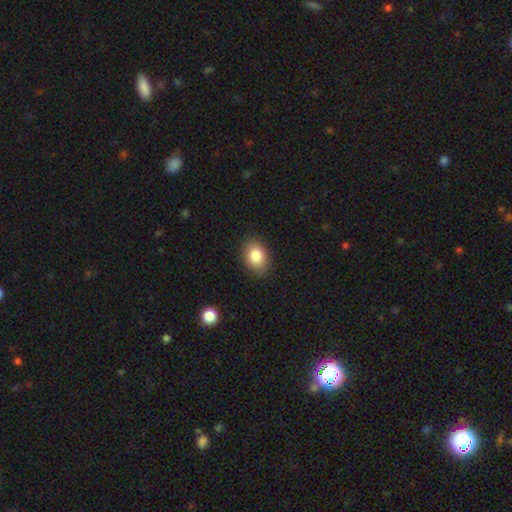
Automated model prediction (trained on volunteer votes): smooth_or_featured: smooth (p=0.84) [alt: star or artifact p=0.08]
how_rounded: in between (p=0.74) [alt: round p=0.25]
merging: none (p=0.86) [alt: minor disturbance p=0.11]